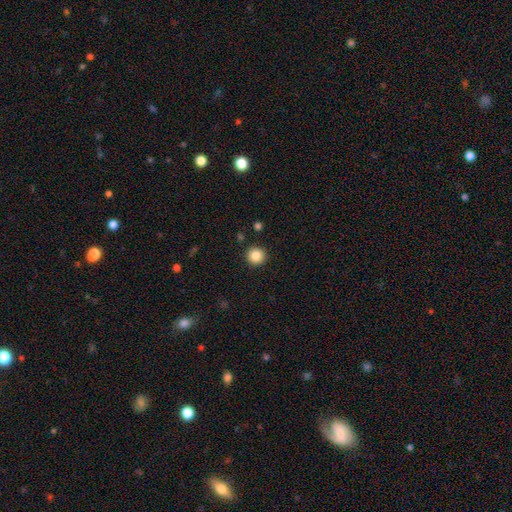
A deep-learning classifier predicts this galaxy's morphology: This is clearly a smooth galaxy (84%). How rounded: clearly round (95%). Merging: clearly none (92%).